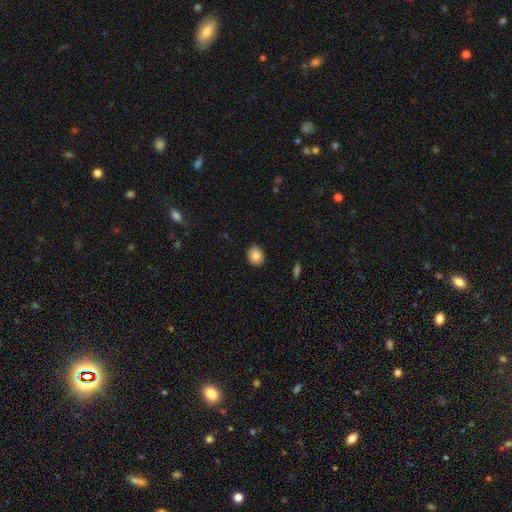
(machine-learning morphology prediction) Smooth or featured? Predicted: smooth (p=0.84). How rounded? Predicted: round (p=0.61). Merging? Predicted: none (p=0.89).